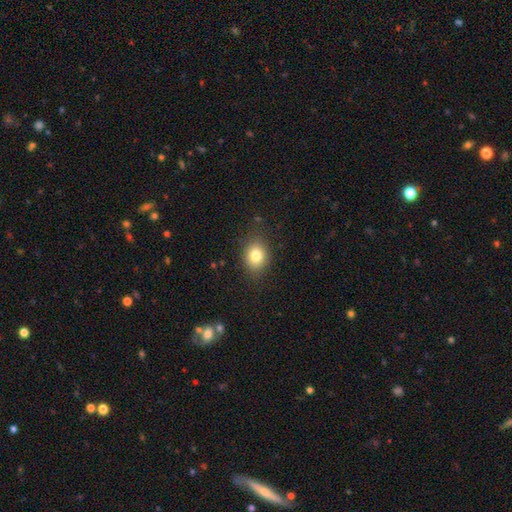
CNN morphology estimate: Q: Smooth or featured?
A: smooth (80%); runner-up: star or artifact (11%)
Q: How rounded?
A: round (54%); runner-up: in between (46%)
Q: Merging?
A: none (83%); runner-up: minor disturbance (12%)